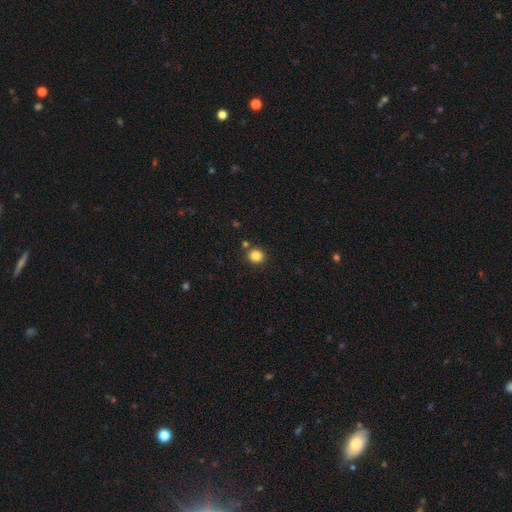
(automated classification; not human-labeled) Smooth or featured? smooth (84%)
How rounded? round (86%)
Merging? none (84%)